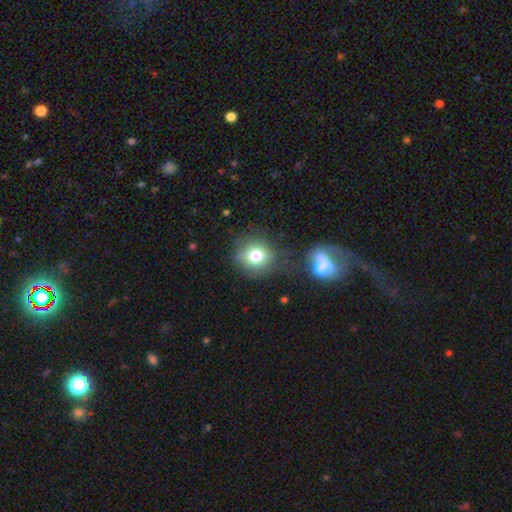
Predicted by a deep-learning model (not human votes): This is likely a smooth galaxy (74%). How rounded: clearly round (82%). Merging: likely none (66%).